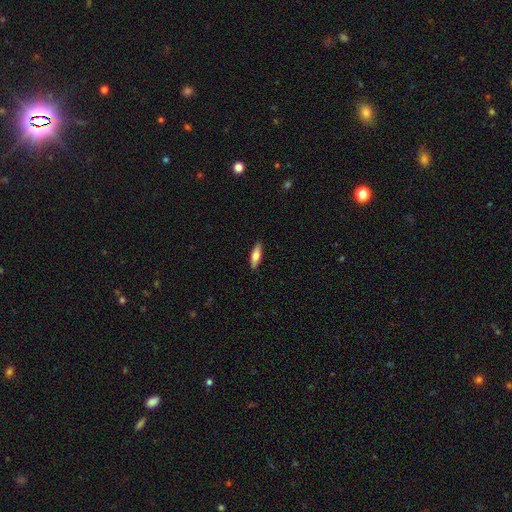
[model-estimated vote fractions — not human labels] This appears to be a smooth galaxy with no disk features (75%) that is in between round and cigar-shaped (52%). Merging: none (88%).